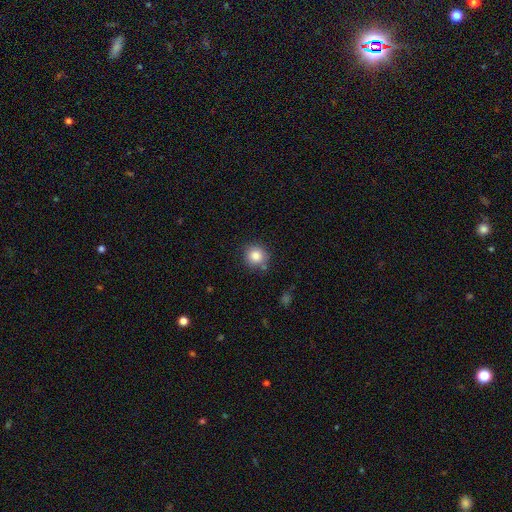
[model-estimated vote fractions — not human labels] Smooth or featured: smooth — 84% (star or artifact — 10%)
How rounded: round — 92% (in between — 7%)
Merging: none — 82% (minor disturbance — 11%)